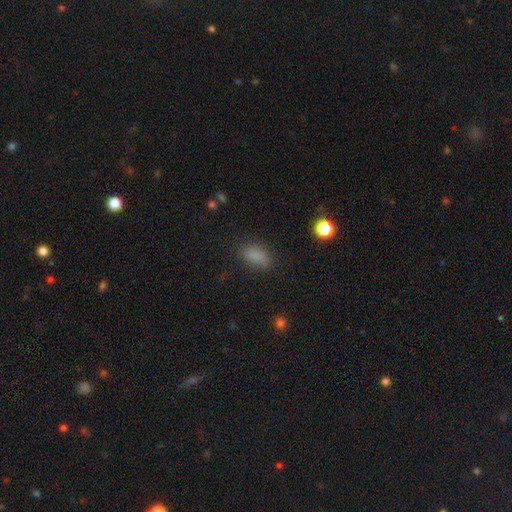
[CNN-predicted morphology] Overall: smooth (82%). How rounded: in between (87%). Merging: none (79%).